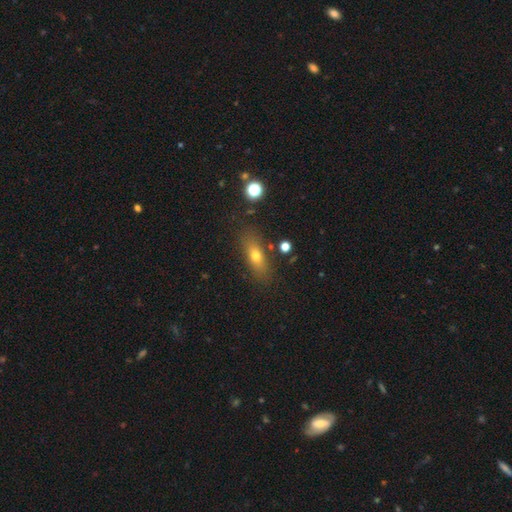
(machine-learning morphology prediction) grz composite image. It shows a smooth galaxy with no disk features (65%) that is in between round and cigar-shaped (59%). Merging: none (80%).